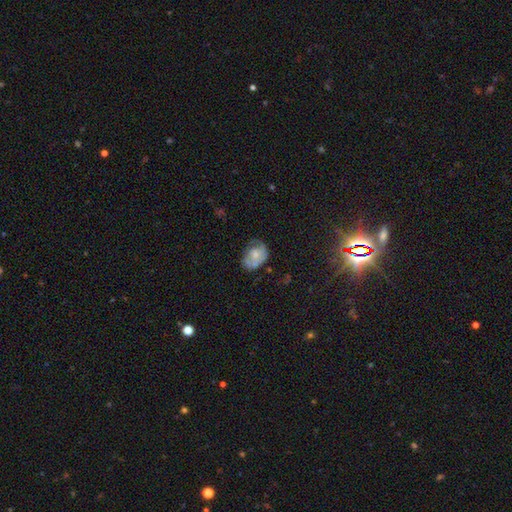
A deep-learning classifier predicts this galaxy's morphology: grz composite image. It shows a smooth galaxy with no disk features (50%) that is in between round and cigar-shaped (72%). Merging: none (41%).